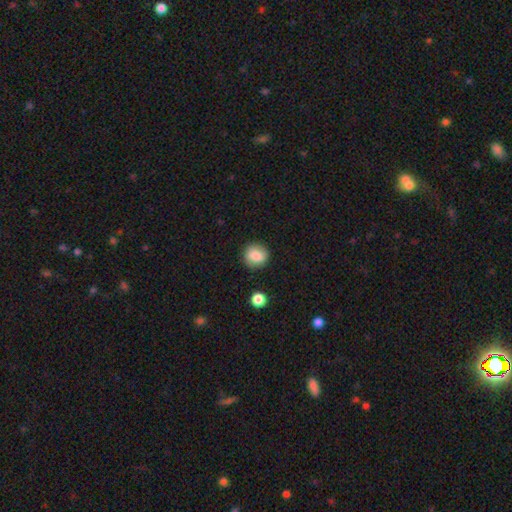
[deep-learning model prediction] smooth_or_featured: smooth (p=0.82) [alt: featured or disk p=0.09]
how_rounded: round (p=0.87) [alt: in between p=0.12]
merging: none (p=0.87) [alt: minor disturbance p=0.09]